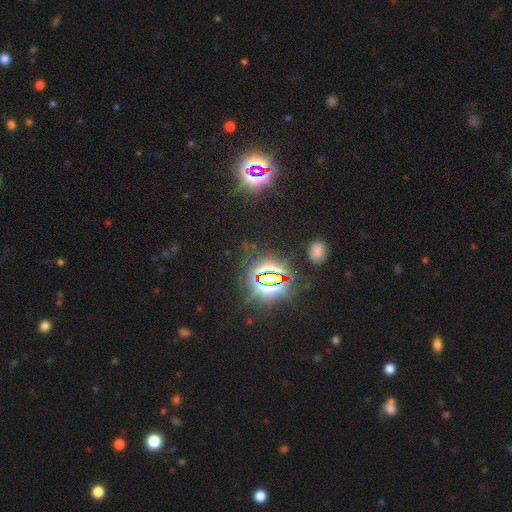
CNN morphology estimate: type=star or artifact (85%).